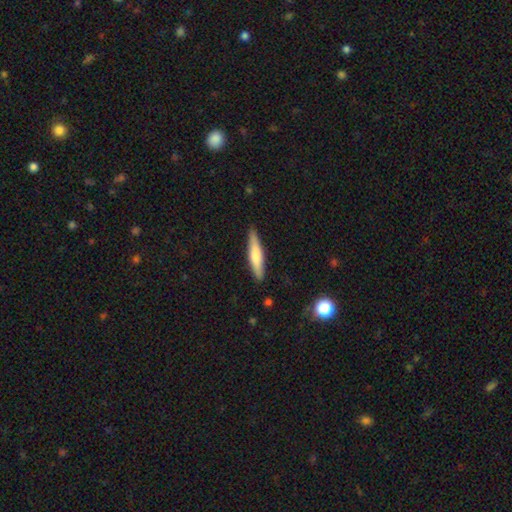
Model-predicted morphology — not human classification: A smooth galaxy with no disk features (67%) that is cigar-shaped (86%).

Vote fractions:
- Smooth or featured? smooth: 67% / featured or disk: 27% / star or artifact: 5%
- How rounded? cigar-shaped: 86% / in between: 13% / round: 1%
- Merging? none: 88% / minor disturbance: 9% / major disturbance: 2% / merger: 1%